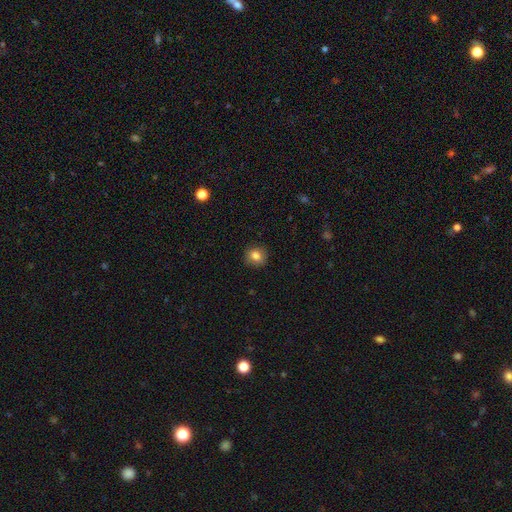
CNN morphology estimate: This is clearly a smooth galaxy (84%). How rounded: clearly round (84%). Merging: clearly none (89%).